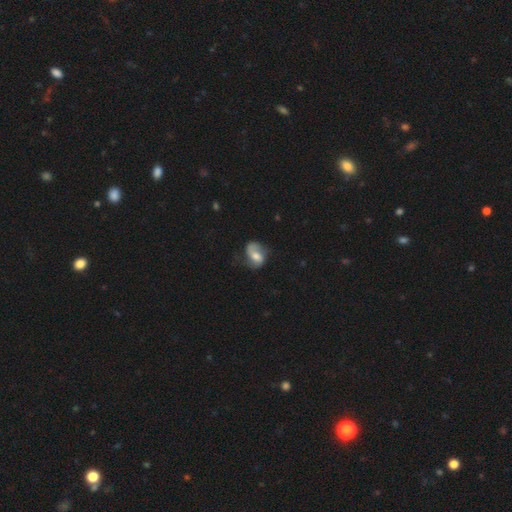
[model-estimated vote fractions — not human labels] Smooth or featured? featured or disk (60%)
Edge-on disk? no (97%)
Bar? no (43%)
Spiral arms? yes (86%)
Spiral winding? loose (46%)
Spiral arm count? 2 (77%)
Bulge size? moderate (59%)
Merging? none (55%)